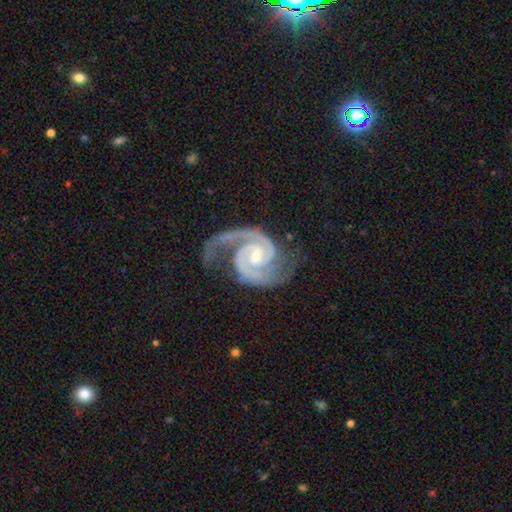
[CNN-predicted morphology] This is clearly a featured or disk galaxy (94%). It is clearly not viewed edge-on (98%). Bar: possibly no (51%). Spiral arm pattern: clearly yes (99%). Spiral arm count: clearly 2 (91%). Spiral winding: possibly tight (49%). Central bulge: possibly small (53%). Merging: likely none (65%).